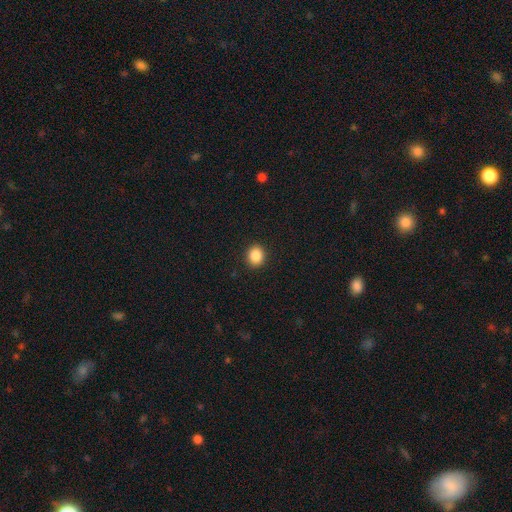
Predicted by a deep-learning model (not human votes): The model was most divided on "how rounded": round: 75%, in between: 24%, cigar-shaped: 1%. More confident: merging — none (92%); smooth or featured — smooth (87%).